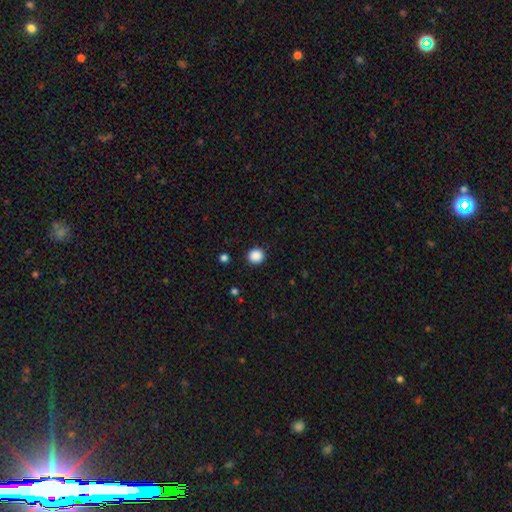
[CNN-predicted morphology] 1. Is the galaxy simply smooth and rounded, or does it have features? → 88% smooth, 10% star or artifact, 2% featured or disk.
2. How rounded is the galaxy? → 90% round, 9% in between, 1% cigar-shaped.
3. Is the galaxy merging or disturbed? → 91% none, 6% minor disturbance, 2% major disturbance, 1% merger.